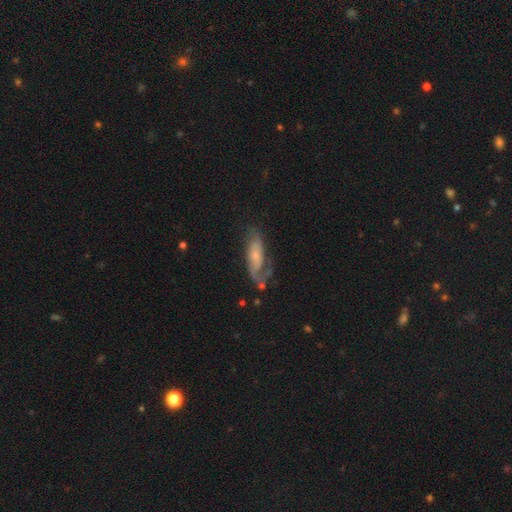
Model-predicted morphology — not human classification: Q: Smooth or featured?
A: featured or disk (64%); runner-up: smooth (29%)
Q: Edge-on disk?
A: no (88%); runner-up: yes (12%)
Q: Bar?
A: no (66%); runner-up: weak (27%)
Q: Spiral arms?
A: yes (79%); runner-up: no (21%)
Q: Bulge size?
A: small (63%); runner-up: moderate (26%)
Q: Merging?
A: none (42%); runner-up: major disturbance (29%)